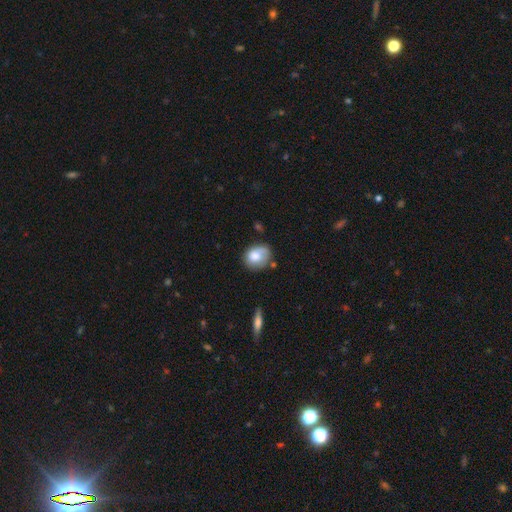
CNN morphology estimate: The model was most divided on "how rounded": round: 52%, in between: 47%, cigar-shaped: 1%. More confident: smooth or featured — smooth (75%); merging — none (57%).